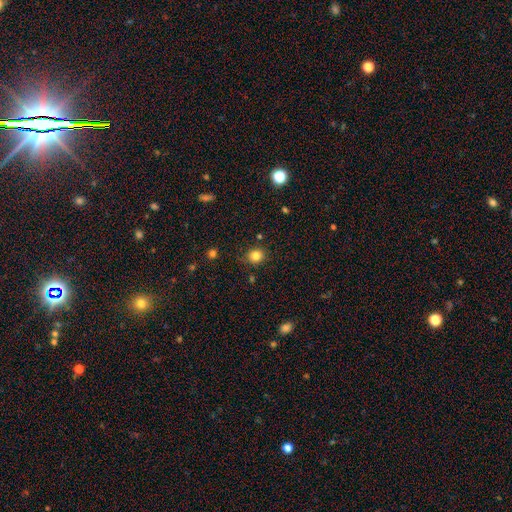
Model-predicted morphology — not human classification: This appears to be a smooth galaxy with no disk features (82%) that is round (82%). Merging: none (84%).